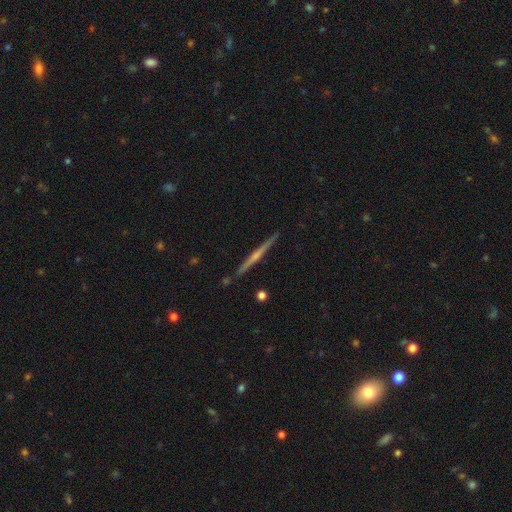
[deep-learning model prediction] A featured or disk galaxy (72%) viewed edge-on (98%) with a rounded central bulge (54%). Merging: none (91%).